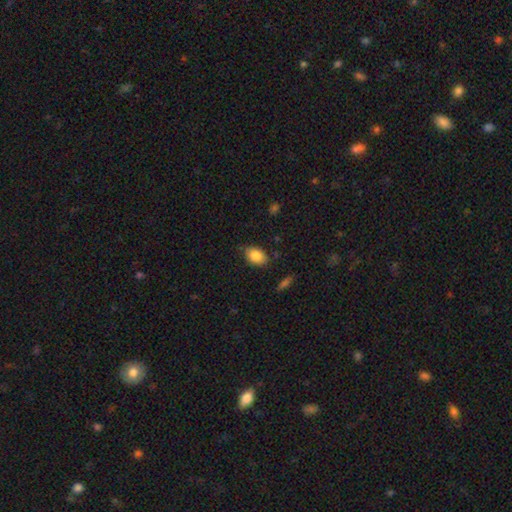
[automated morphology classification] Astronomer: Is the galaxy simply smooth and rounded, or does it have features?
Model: smooth — 86%.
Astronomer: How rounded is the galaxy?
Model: in between — 84%.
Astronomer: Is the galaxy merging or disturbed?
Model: none — 75%.